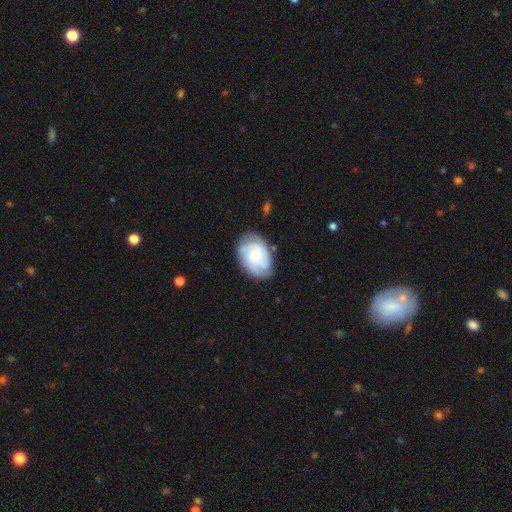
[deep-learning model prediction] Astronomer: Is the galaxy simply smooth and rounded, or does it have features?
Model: featured or disk — 64%.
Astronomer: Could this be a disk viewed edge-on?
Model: no — 97%.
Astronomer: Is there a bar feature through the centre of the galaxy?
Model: no — 72%.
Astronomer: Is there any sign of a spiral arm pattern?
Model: yes — 92%.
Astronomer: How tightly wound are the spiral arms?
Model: tight — 54% (runner-up: medium, 35%).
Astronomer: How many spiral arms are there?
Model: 3 — 36% (runner-up: can't tell, 28%).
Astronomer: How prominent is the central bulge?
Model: small — 50% (runner-up: moderate, 34%).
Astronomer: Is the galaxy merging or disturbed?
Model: none — 74%.